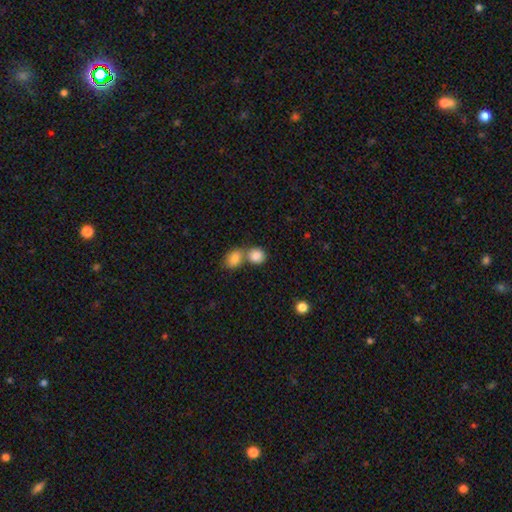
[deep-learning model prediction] Morphology: type=smooth (85%); roundness=round (70%); merging=merger (55%).